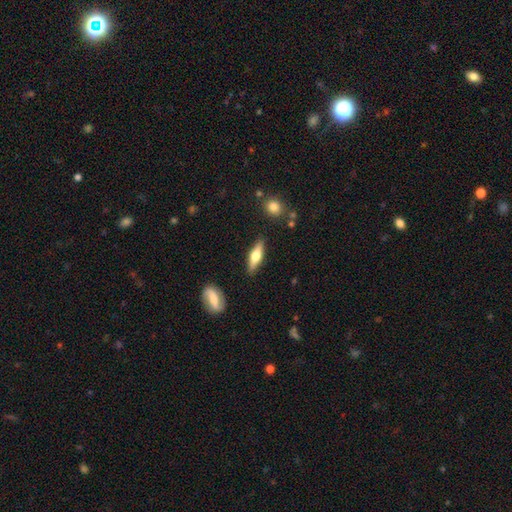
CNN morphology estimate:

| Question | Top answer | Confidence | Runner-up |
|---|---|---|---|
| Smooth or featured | featured or disk | 52% | smooth (42%) |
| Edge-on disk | yes | 91% | no (9%) |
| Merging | none | 87% | minor disturbance (9%) |